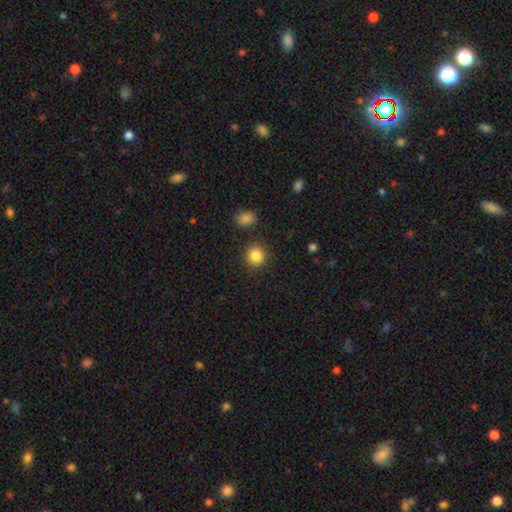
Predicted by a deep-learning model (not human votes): smooth-or-featured: smooth: 85% | star or artifact: 10% | featured or disk: 5%
  how-rounded: round: 90% | in between: 9% | cigar-shaped: 1%
  merging: none: 89% | minor disturbance: 7% | major disturbance: 2% | merger: 2%